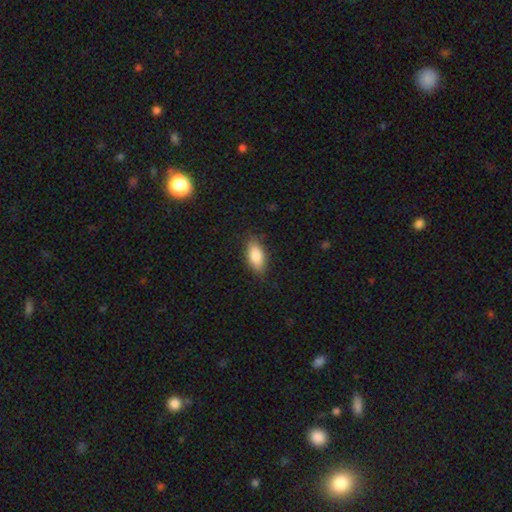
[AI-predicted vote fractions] This is clearly a smooth galaxy (84%). How rounded: clearly in between (86%). Merging: clearly none (84%).